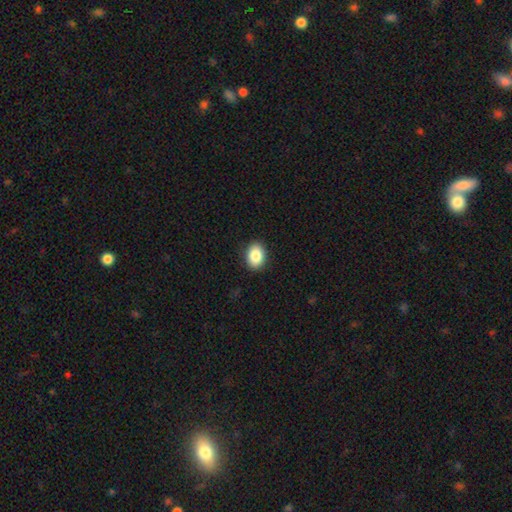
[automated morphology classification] Q: Smooth or featured?
A: smooth (87%); runner-up: star or artifact (8%)
Q: How rounded?
A: in between (70%); runner-up: round (29%)
Q: Merging?
A: none (89%); runner-up: minor disturbance (8%)